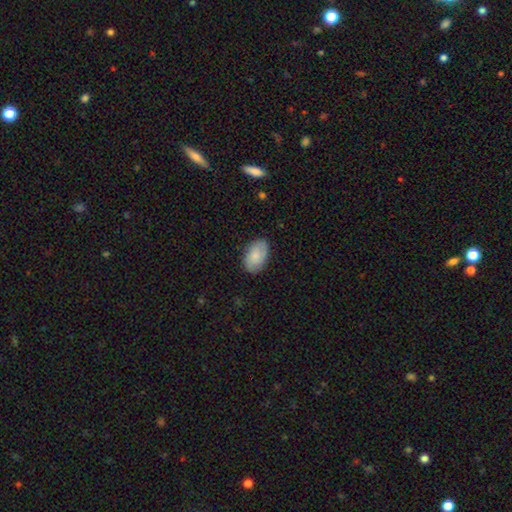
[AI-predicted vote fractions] smooth_or_featured: smooth (p=0.75) [alt: featured or disk p=0.18]
how_rounded: in between (p=0.92) [alt: round p=0.06]
merging: none (p=0.83) [alt: minor disturbance p=0.13]